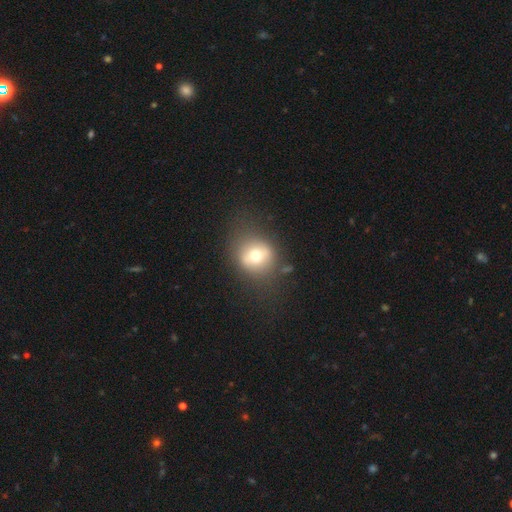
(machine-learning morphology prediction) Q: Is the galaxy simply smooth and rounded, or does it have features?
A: smooth — 63%.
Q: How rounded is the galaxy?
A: round — 79%.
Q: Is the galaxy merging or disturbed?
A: none — 71%.